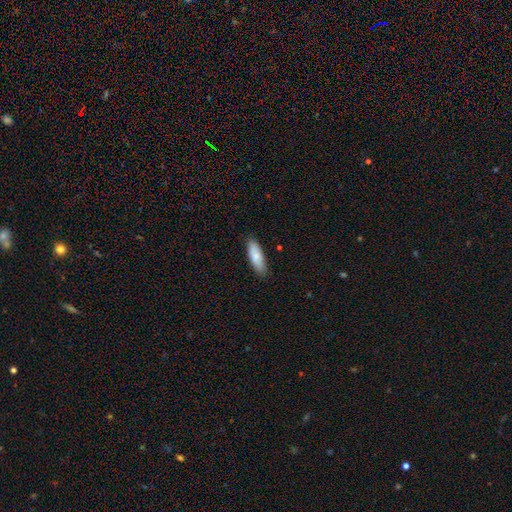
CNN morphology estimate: A smooth galaxy with no disk features (81%) that is in between round and cigar-shaped (58%). Merging: none (86%).